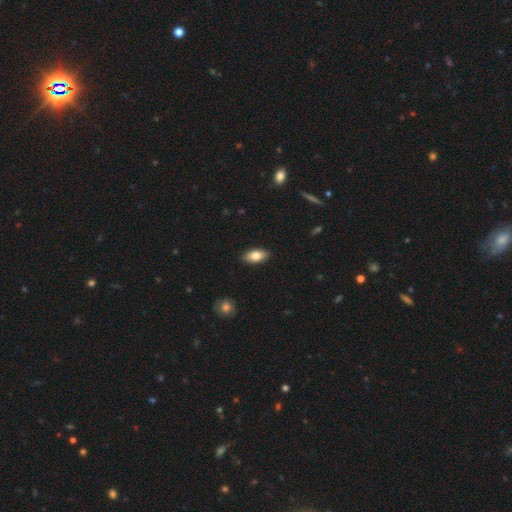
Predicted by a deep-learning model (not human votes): A smooth galaxy with no disk features (80%) that is in between round and cigar-shaped (92%). Merging: none (89%).